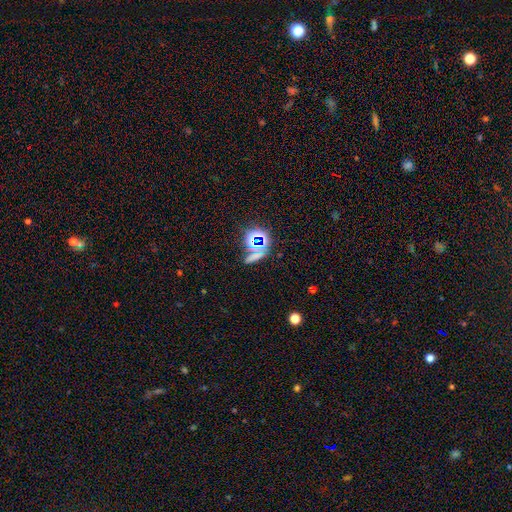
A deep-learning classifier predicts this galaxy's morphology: Smooth or featured? star or artifact (56%)